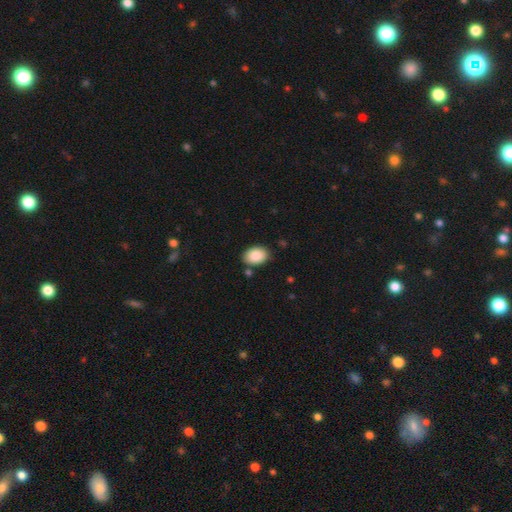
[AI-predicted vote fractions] This is clearly a smooth galaxy (89%). How rounded: clearly in between (82%). Merging: clearly none (83%).